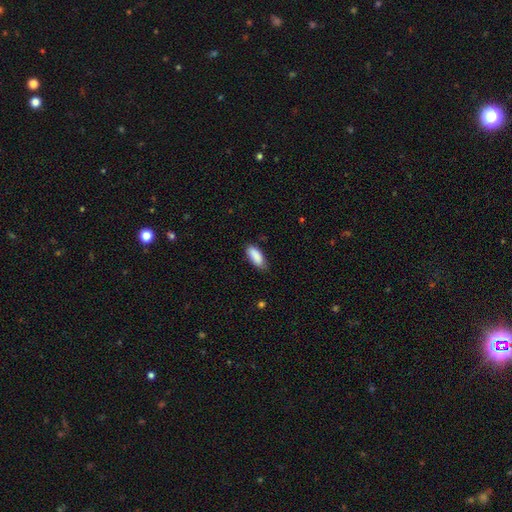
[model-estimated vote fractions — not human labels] A smooth galaxy with no disk features (89%) that is in between round and cigar-shaped (80%). Merging: none (74%).